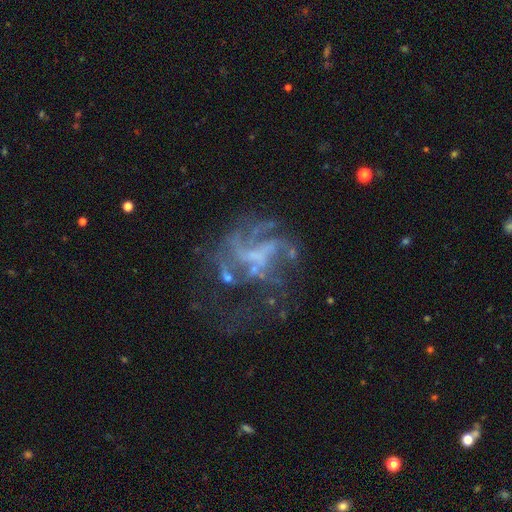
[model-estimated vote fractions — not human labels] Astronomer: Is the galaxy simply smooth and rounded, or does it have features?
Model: featured or disk — 73%.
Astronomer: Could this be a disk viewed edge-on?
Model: no — 98%.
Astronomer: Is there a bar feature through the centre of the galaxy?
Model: no — 63%.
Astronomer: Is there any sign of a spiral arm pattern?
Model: yes — 61% (runner-up: no, 39%).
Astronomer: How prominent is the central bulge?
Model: none — 64%.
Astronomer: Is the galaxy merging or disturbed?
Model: none — 40% (runner-up: major disturbance, 39%).